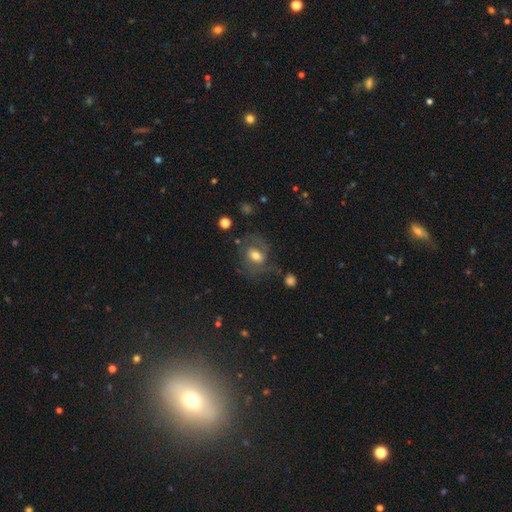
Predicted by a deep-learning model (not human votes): This is possibly a smooth galaxy (48%). Merging: possibly none (55%).